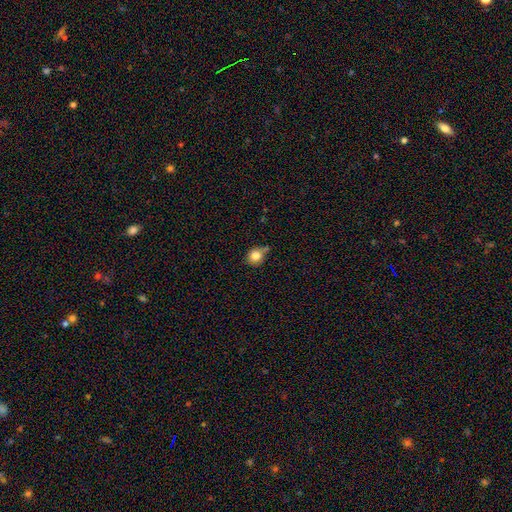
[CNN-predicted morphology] Q: Smooth or featured?
A: smooth (81%); runner-up: star or artifact (10%)
Q: How rounded?
A: round (74%); runner-up: in between (25%)
Q: Merging?
A: none (56%); runner-up: minor disturbance (25%)